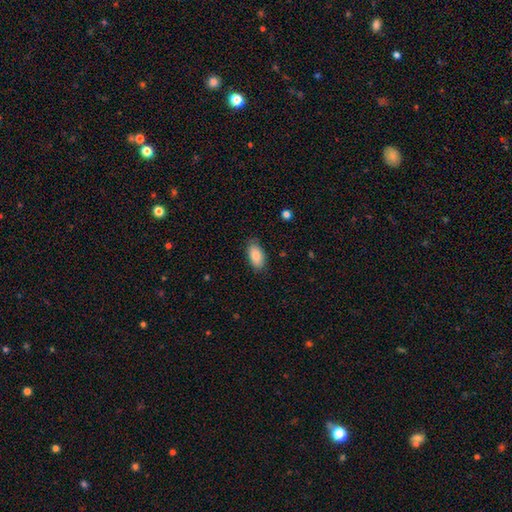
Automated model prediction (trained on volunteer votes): The model was most divided on "merging": none: 83%, minor disturbance: 13%, major disturbance: 3%, merger: 1%. More confident: how rounded — in between (93%); smooth or featured — smooth (86%).